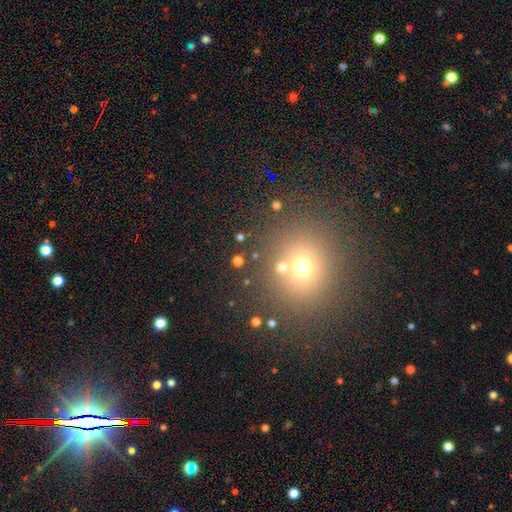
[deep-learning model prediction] Q: Smooth or featured?
A: smooth (58%); runner-up: star or artifact (30%)
Q: How rounded?
A: round (83%); runner-up: in between (16%)
Q: Merging?
A: none (73%); runner-up: merger (14%)